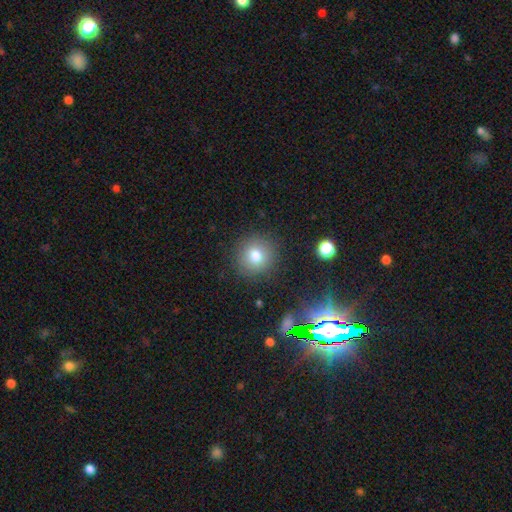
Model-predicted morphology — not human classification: This appears to be a smooth galaxy with no disk features (78%) that is round (91%). Merging: none (88%).